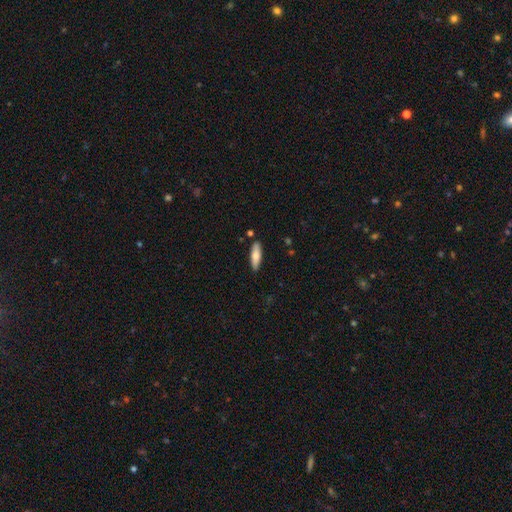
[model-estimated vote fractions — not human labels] Overall: smooth (74%). How rounded: in between (50%; cigar-shaped 48%). Merging: none (86%).